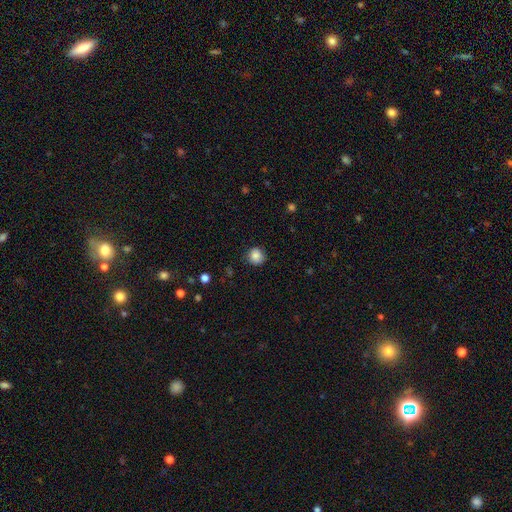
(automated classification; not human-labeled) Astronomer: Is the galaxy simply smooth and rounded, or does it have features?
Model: smooth — 86%.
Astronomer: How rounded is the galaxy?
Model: round — 91%.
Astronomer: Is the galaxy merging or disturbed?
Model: none — 85%.